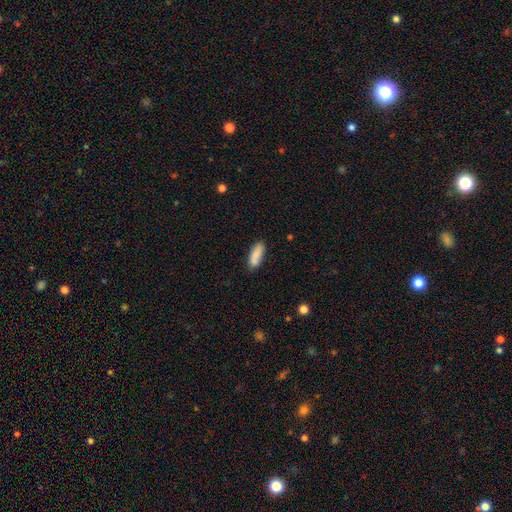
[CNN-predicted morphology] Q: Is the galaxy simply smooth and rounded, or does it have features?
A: smooth — 85%.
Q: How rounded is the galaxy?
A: in between — 65%.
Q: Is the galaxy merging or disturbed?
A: none — 76%.